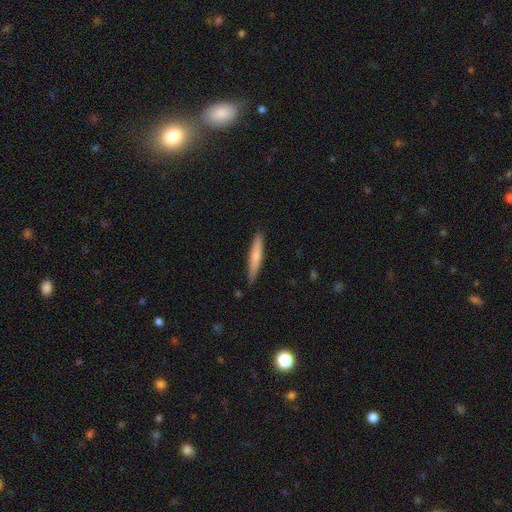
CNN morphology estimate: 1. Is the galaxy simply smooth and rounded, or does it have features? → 67% smooth, 28% featured or disk, 5% star or artifact.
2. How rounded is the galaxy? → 92% cigar-shaped, 6% in between, 1% round.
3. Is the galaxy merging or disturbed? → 86% none, 11% minor disturbance, 2% major disturbance, 1% merger.